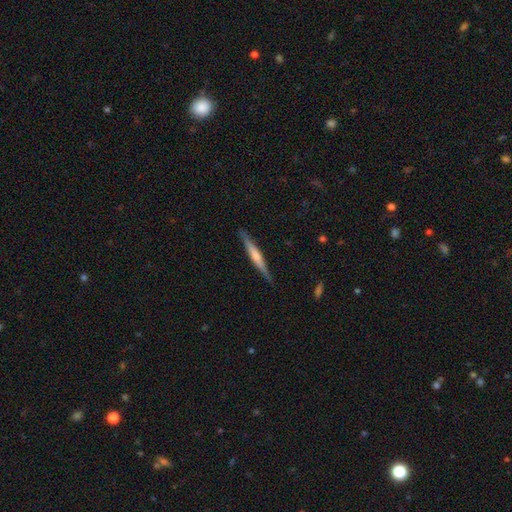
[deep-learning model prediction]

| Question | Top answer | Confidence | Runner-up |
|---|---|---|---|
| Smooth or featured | featured or disk | 53% | smooth (41%) |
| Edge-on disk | yes | 97% | no (3%) |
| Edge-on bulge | rounded | 51% | none (31%) |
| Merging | none | 88% | minor disturbance (9%) |